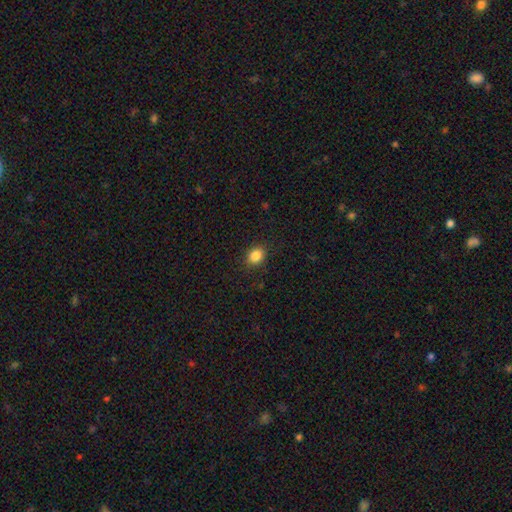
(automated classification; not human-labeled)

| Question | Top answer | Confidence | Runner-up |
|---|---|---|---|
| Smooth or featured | smooth | 85% | star or artifact (10%) |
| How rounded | round | 56% | in between (43%) |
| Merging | none | 88% | minor disturbance (9%) |